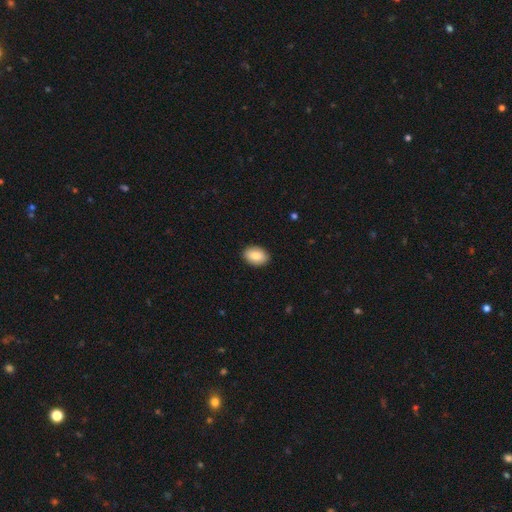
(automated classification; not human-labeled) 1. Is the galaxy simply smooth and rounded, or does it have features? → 85% smooth, 8% featured or disk, 7% star or artifact.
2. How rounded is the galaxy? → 84% in between, 14% round, 1% cigar-shaped.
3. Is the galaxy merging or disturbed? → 90% none, 8% minor disturbance, 2% major disturbance, 1% merger.